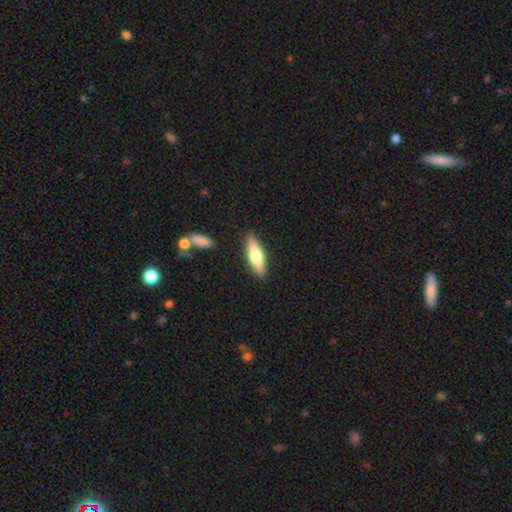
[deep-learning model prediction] A smooth galaxy with no disk features (65%) that is cigar-shaped (55%). Merging: none (87%).